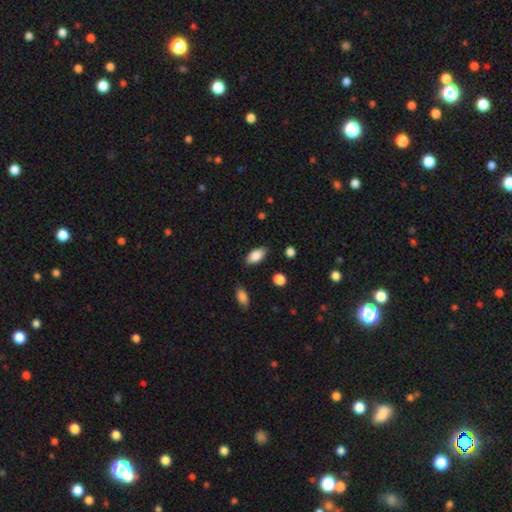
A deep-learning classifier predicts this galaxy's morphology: A smooth galaxy with no disk features (86%) that is in between round and cigar-shaped (91%). Merging: none (82%).